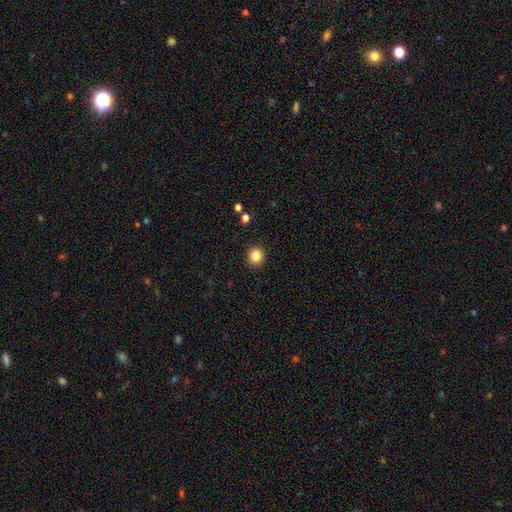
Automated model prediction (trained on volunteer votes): This appears to be a smooth galaxy with no disk features (85%) that is round (90%). Merging: none (92%).